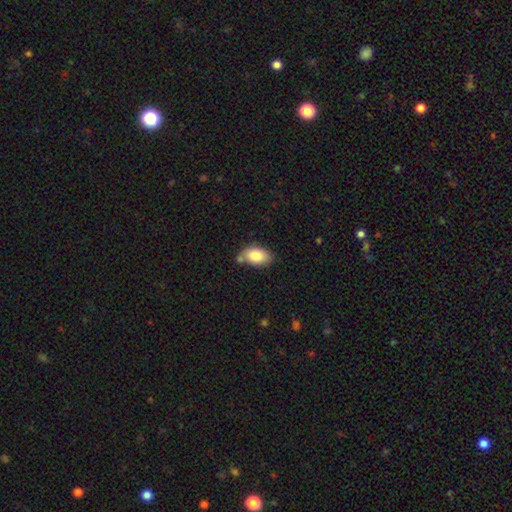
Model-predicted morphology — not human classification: Smooth or featured?
  - smooth: 83% *
  - featured or disk: 10%
  - star or artifact: 7%
How rounded?
  - in between: 91% *
  - round: 7%
  - cigar-shaped: 1%
Merging?
  - none: 61% *
  - minor disturbance: 23%
  - merger: 11%
  - major disturbance: 5%